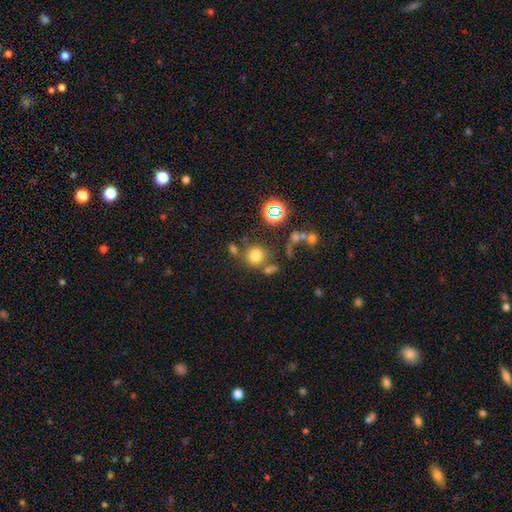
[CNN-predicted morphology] The model was most divided on "merging": none: 67%, merger: 15%, minor disturbance: 12%, major disturbance: 6%. More confident: how rounded — round (86%); smooth or featured — smooth (73%).